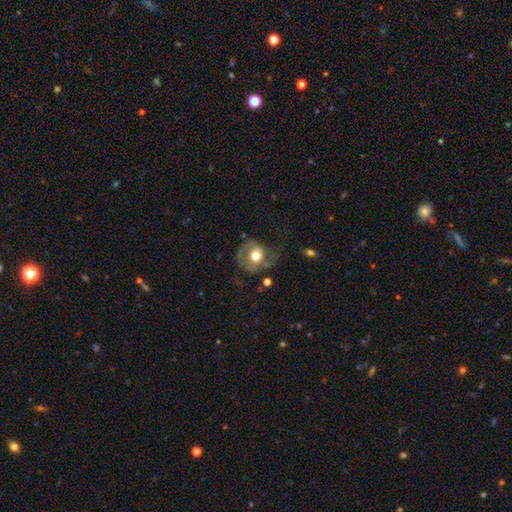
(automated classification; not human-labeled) Overall: featured or disk (53%; smooth 40%). Edge-on disk: no (96%). Bar: no (75%). Spiral arms: yes (64%; no 36%). Bulge size: moderate (60%; large 31%). Merging: none (43%; major disturbance 30%).